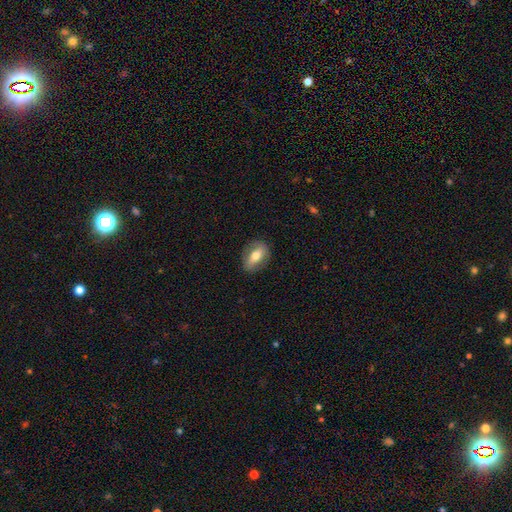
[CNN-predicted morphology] Overall: smooth (53%; featured or disk 40%). How rounded: in between (79%). Merging: none (79%).